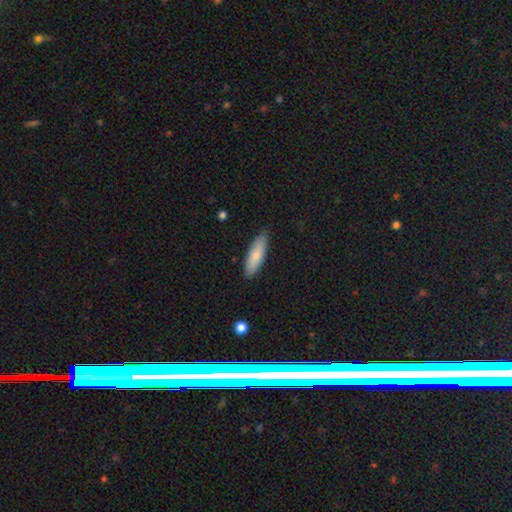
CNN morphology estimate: smooth 79%, featured or disk 16%, star or artifact 6%. Down the decision tree: how rounded — in between (51%); merging — none (85%).